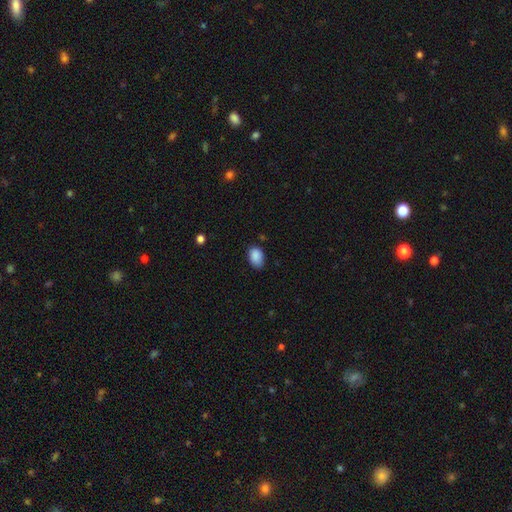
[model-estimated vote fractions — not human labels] Q: Smooth or featured?
A: smooth (88%); runner-up: star or artifact (8%)
Q: How rounded?
A: in between (85%); runner-up: round (14%)
Q: Merging?
A: none (73%); runner-up: minor disturbance (22%)